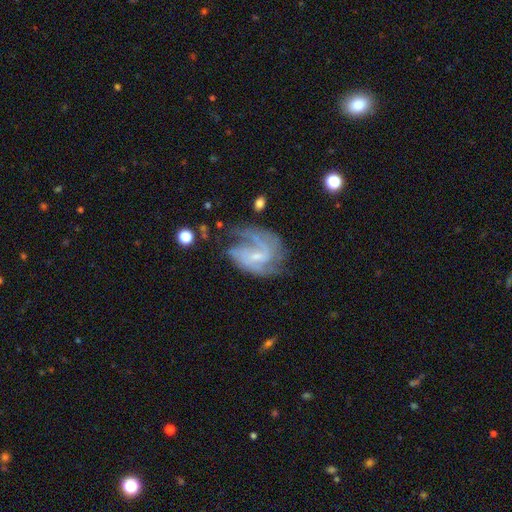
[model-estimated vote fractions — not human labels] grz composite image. It shows a featured or disk galaxy (84%) with a weak bar (51%), 2 (52%) medium (49%) spiral arms (94%) and a small central bulge (69%). Merging: none (52%).